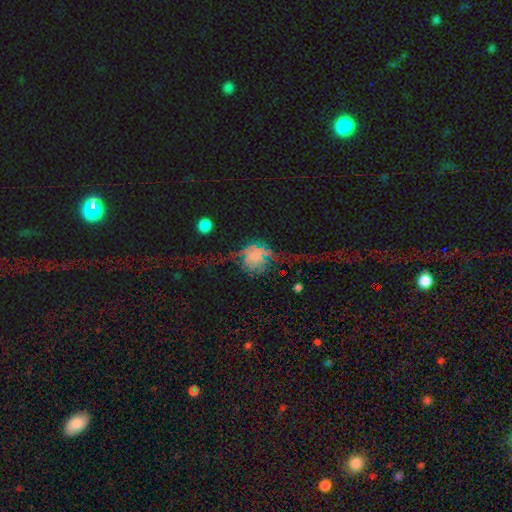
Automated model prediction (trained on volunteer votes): Q: Smooth or featured?
A: smooth (37%); runner-up: featured or disk (36%)
Q: Merging?
A: none (49%); runner-up: major disturbance (29%)